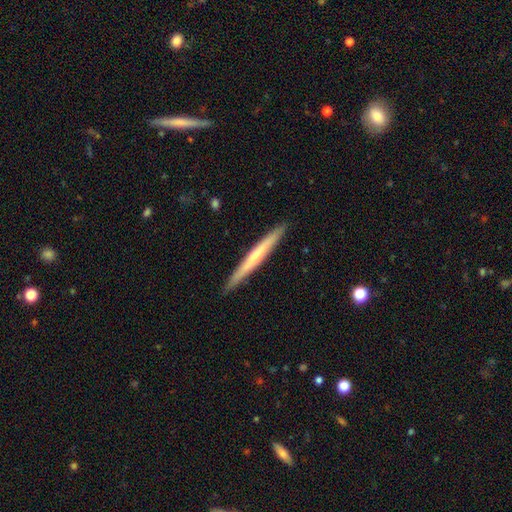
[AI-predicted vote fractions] Q: Smooth or featured?
A: featured or disk (50%); runner-up: smooth (44%)
Q: Edge-on disk?
A: yes (97%); runner-up: no (3%)
Q: Merging?
A: none (91%); runner-up: minor disturbance (6%)